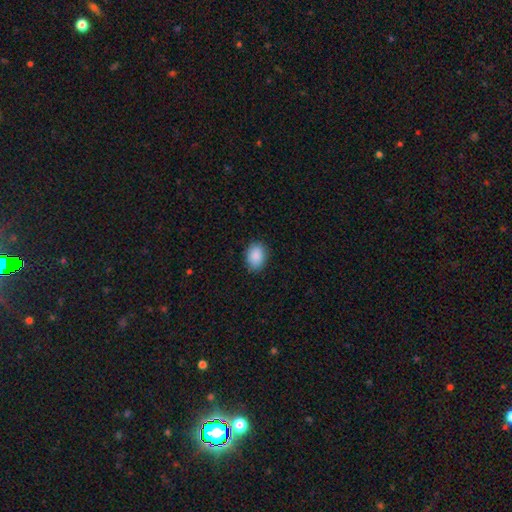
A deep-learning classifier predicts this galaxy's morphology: smooth_or_featured: smooth (p=0.90) [alt: star or artifact p=0.07]
how_rounded: in between (p=0.75) [alt: round p=0.24]
merging: none (p=0.87) [alt: minor disturbance p=0.10]